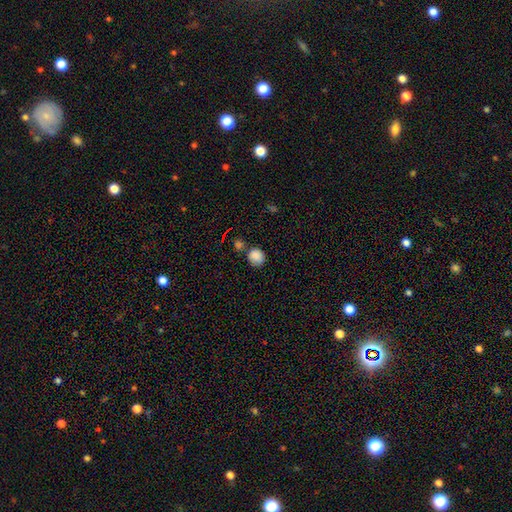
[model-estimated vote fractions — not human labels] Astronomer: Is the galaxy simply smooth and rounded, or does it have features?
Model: smooth — 86%.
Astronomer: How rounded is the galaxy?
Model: round — 80%.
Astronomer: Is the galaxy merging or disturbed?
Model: none — 67%.